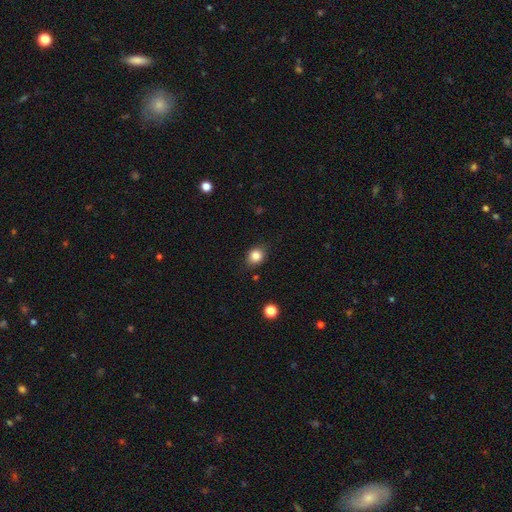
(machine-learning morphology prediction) A smooth galaxy with no disk features (83%) that is round (65%).

Vote fractions:
- Smooth or featured? smooth: 83% / star or artifact: 11% / featured or disk: 6%
- How rounded? round: 65% / in between: 34% / cigar-shaped: 1%
- Merging? none: 83% / minor disturbance: 13% / major disturbance: 3% / merger: 2%